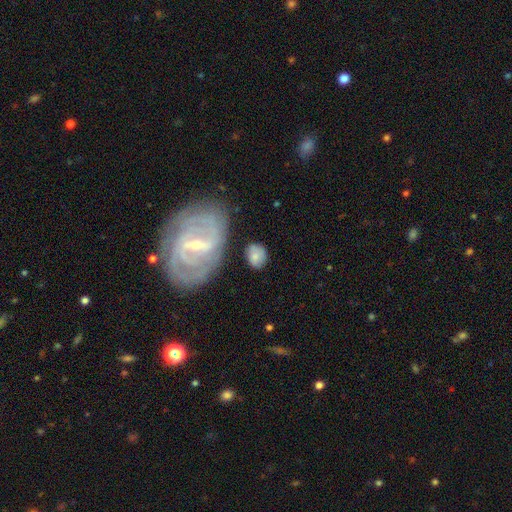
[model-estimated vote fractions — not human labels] A smooth galaxy with no disk features (68%) that is in between round and cigar-shaped (52%). Merging: none (64%).